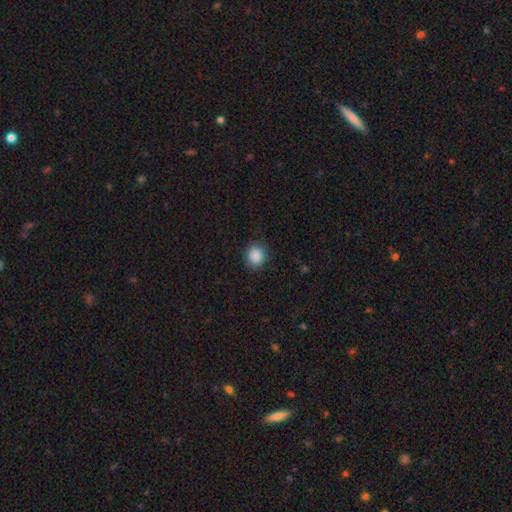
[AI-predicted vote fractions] This appears to be a smooth galaxy with no disk features (88%) that is round (85%). Merging: none (88%).